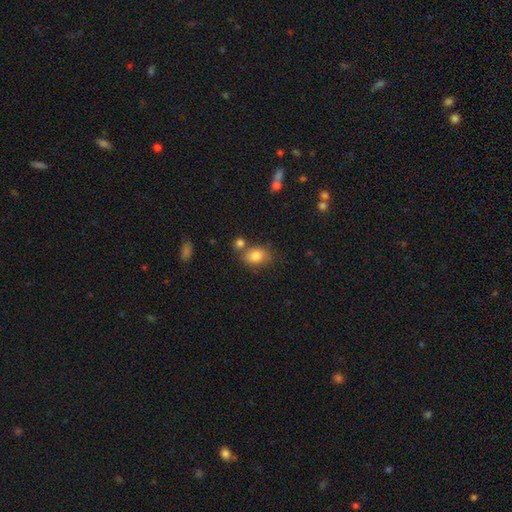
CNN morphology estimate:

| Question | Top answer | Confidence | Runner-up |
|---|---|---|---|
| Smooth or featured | smooth | 82% | star or artifact (9%) |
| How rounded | in between | 69% | round (30%) |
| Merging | none | 64% | merger (17%) |